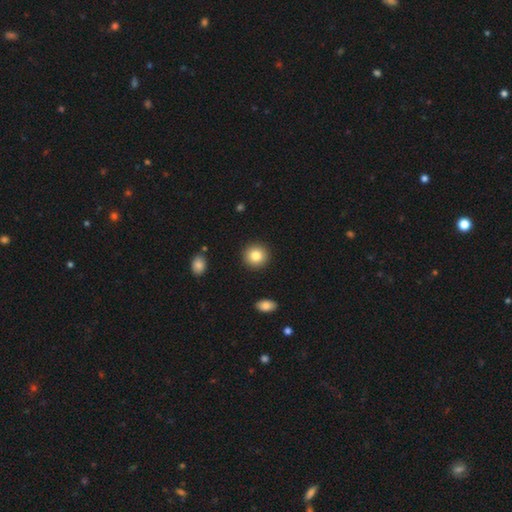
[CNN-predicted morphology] This appears to be a smooth galaxy with no disk features (84%) that is round (91%). Merging: none (91%).